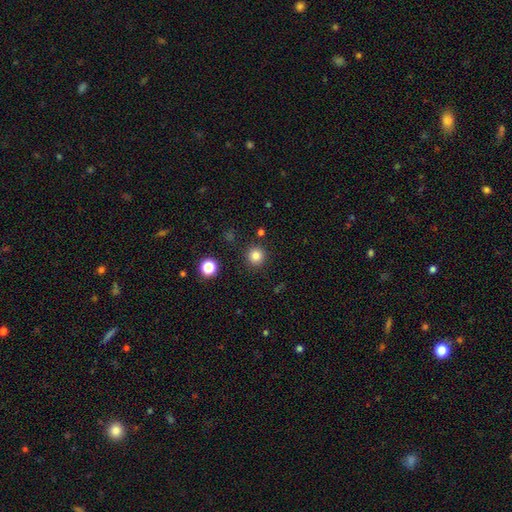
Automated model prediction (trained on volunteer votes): Smooth or featured? smooth (82%)
How rounded? round (94%)
Merging? none (90%)